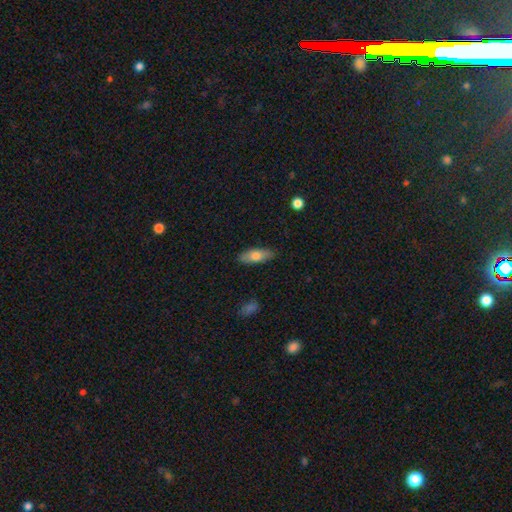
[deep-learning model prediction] A smooth galaxy with no disk features (71%) that is in between round and cigar-shaped (70%).

Vote fractions:
- Smooth or featured? smooth: 71% / featured or disk: 23% / star or artifact: 6%
- How rounded? in between: 70% / cigar-shaped: 28% / round: 3%
- Merging? none: 87% / minor disturbance: 10% / major disturbance: 2% / merger: 1%